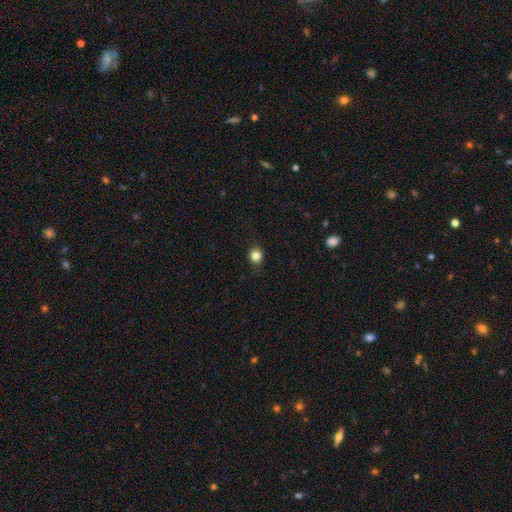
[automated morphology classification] A smooth galaxy with no disk features (83%) that is round (85%).

Vote fractions:
- Smooth or featured? smooth: 83% / star or artifact: 12% / featured or disk: 5%
- How rounded? round: 85% / in between: 14% / cigar-shaped: 1%
- Merging? none: 86% / minor disturbance: 10% / major disturbance: 3% / merger: 1%